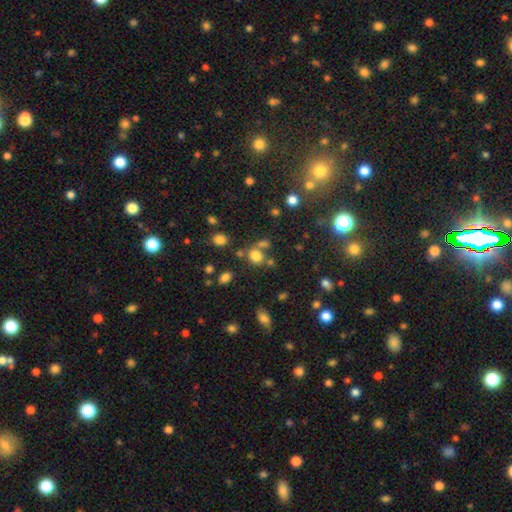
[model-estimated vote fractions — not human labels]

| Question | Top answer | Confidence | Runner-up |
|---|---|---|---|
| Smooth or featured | smooth | 75% | star or artifact (18%) |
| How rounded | round | 63% | in between (36%) |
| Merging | none | 59% | merger (23%) |